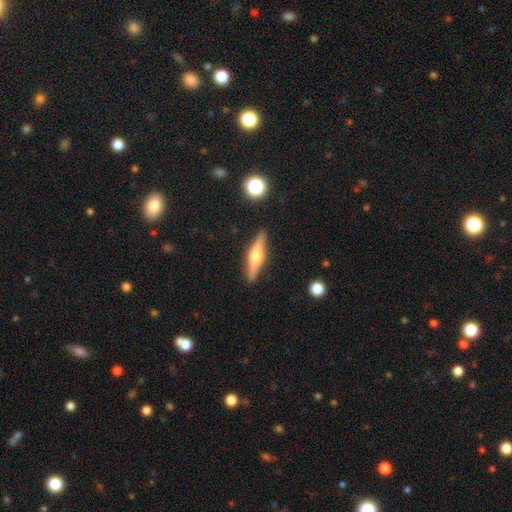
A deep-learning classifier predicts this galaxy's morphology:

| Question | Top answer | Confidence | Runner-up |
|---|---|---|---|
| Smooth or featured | featured or disk | 65% | smooth (28%) |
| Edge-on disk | yes | 97% | no (3%) |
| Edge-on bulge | rounded | 89% | boxy (8%) |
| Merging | none | 90% | minor disturbance (7%) |